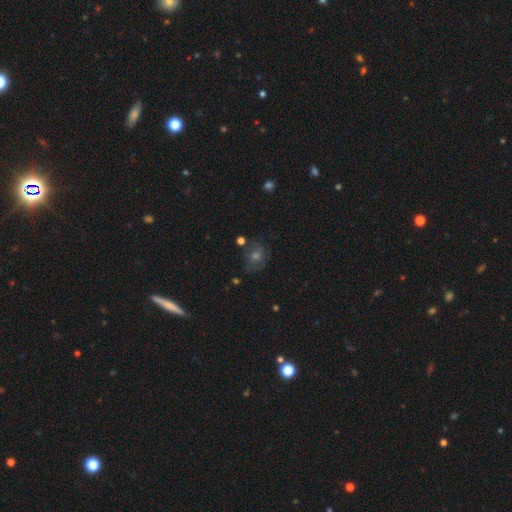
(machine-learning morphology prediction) Overall: smooth (43%; featured or disk 31%). Merging: none (75%).